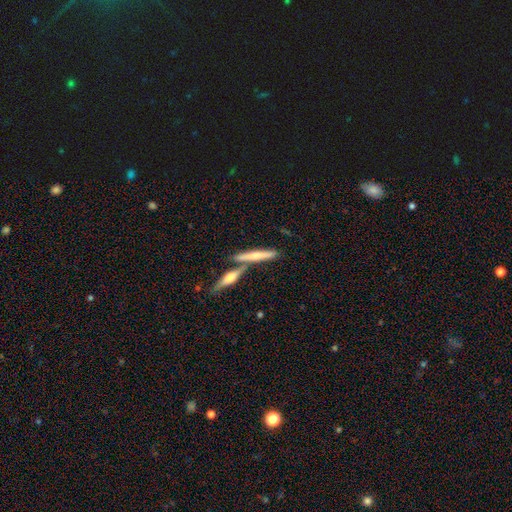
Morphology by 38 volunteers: featured or disk 58%, smooth 39%, star or artifact 3%. Down the decision tree: edge-on disk — yes (100%); edge-on bulge — rounded (77%); merging — none (65%).